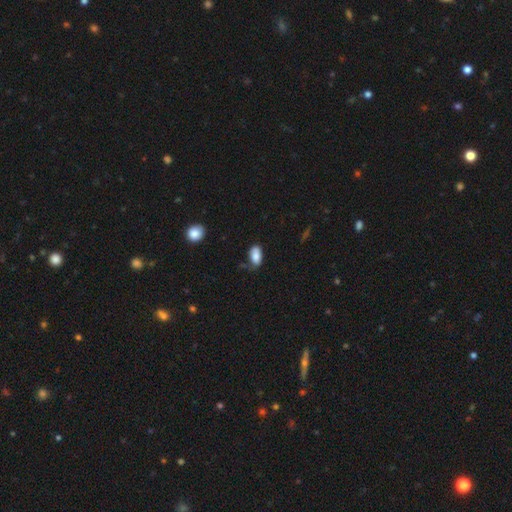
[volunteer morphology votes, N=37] A smooth galaxy with no disk features (89%) that is in between round and cigar-shaped (97%). Merging: none (53%).